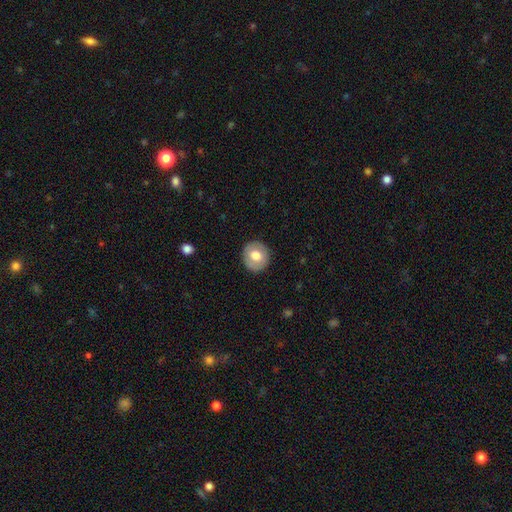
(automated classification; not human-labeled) smooth-or-featured: smooth: 69% | featured or disk: 24% | star or artifact: 7%
  how-rounded: round: 86% | in between: 13% | cigar-shaped: 1%
  merging: none: 88% | minor disturbance: 8% | major disturbance: 2% | merger: 1%